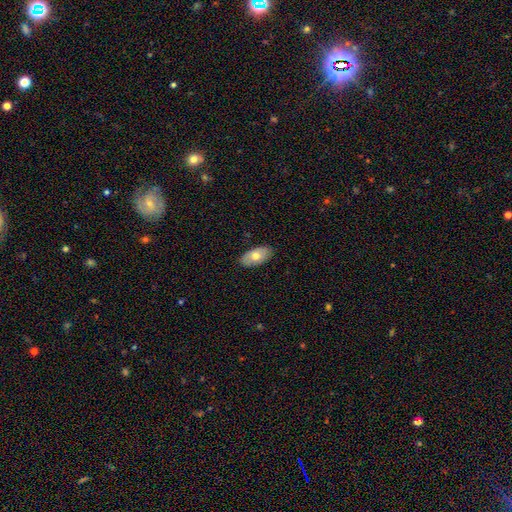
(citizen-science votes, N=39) smooth 49%, featured or disk 44%, star or artifact 8%. Down the decision tree: how rounded — in between (95%); merging — none (83%).